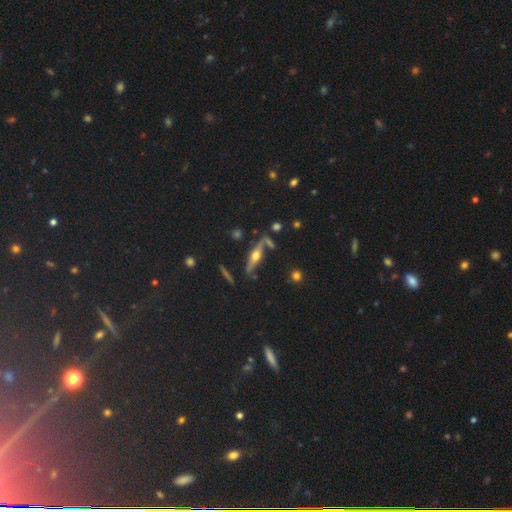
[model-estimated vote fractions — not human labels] This is likely a featured or disk galaxy (70%). It is clearly viewed edge-on (93%). Edge-on bulge: clearly rounded (94%). Merging: likely none (75%).